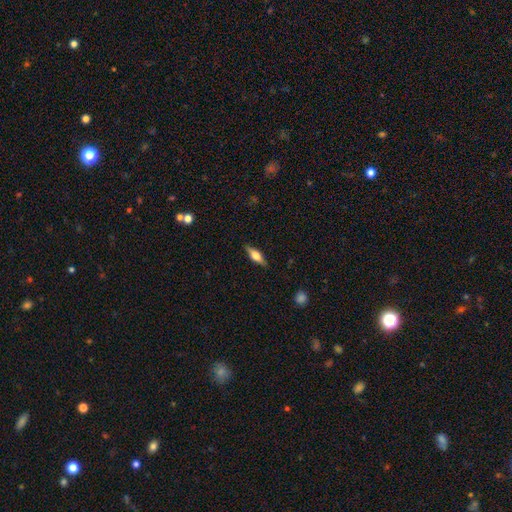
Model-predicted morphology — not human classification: smooth 52%, featured or disk 42%, star or artifact 6%. Down the decision tree: how rounded — in between (56%); merging — none (86%).